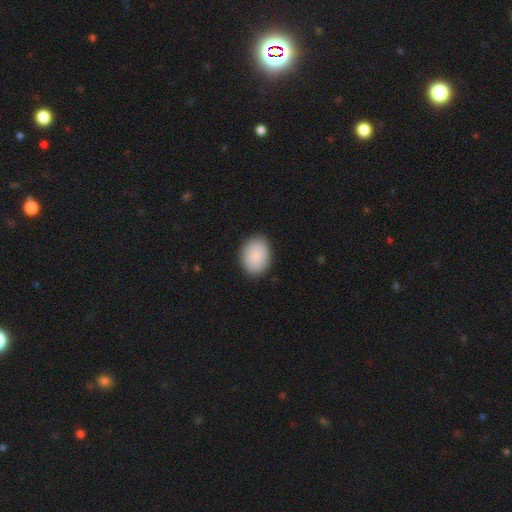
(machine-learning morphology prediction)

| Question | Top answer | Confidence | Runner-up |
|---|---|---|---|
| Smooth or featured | smooth | 86% | featured or disk (8%) |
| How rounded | in between | 61% | round (38%) |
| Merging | none | 87% | minor disturbance (10%) |